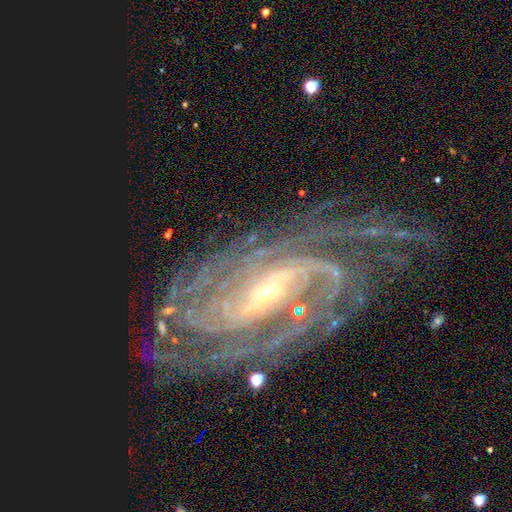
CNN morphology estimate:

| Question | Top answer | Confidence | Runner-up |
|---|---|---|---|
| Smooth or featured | featured or disk | 91% | star or artifact (6%) |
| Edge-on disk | no | 95% | yes (5%) |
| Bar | strong | 37% | weak (35%) |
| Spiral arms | yes | 98% | no (2%) |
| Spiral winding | tight | 67% | medium (27%) |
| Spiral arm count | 4 | 20% | can't tell (19%) |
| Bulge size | small | 69% | moderate (27%) |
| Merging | none | 67% | minor disturbance (18%) |